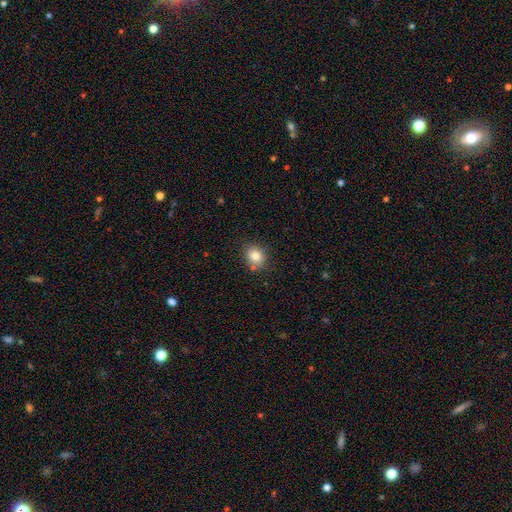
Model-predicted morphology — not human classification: Overall: smooth (82%). How rounded: round (67%; in between 32%). Merging: none (77%).